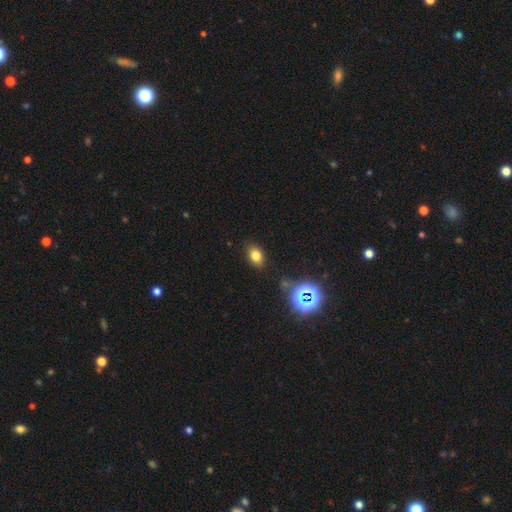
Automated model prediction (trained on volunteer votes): Smooth or featured? Predicted: smooth (p=0.76). How rounded? Predicted: in between (p=0.77). Merging? Predicted: none (p=0.84).